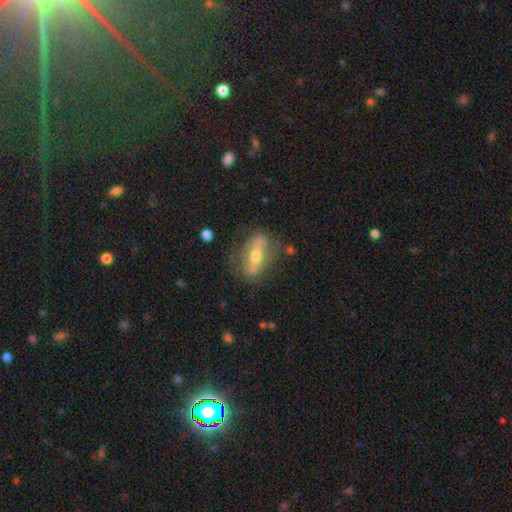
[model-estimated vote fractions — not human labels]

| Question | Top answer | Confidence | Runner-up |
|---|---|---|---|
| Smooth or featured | featured or disk | 68% | smooth (25%) |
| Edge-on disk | no | 63% | yes (37%) |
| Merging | none | 73% | minor disturbance (17%) |